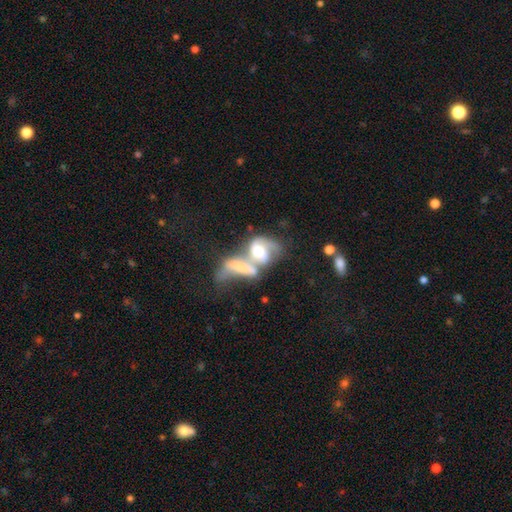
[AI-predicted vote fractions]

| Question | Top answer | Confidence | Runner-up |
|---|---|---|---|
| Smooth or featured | featured or disk | 61% | smooth (28%) |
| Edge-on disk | no | 91% | yes (9%) |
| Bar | no | 61% | weak (24%) |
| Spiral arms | yes | 62% | no (38%) |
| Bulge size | moderate | 39% | large (26%) |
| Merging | merger | 73% | major disturbance (12%) |